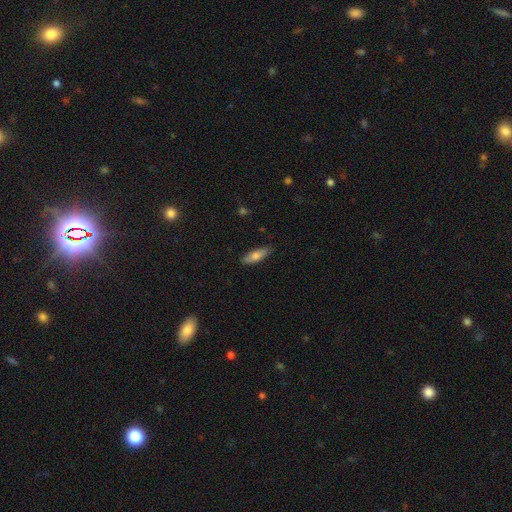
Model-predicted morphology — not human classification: type=smooth (74%); roundness=in between (58%); merging=none (85%).